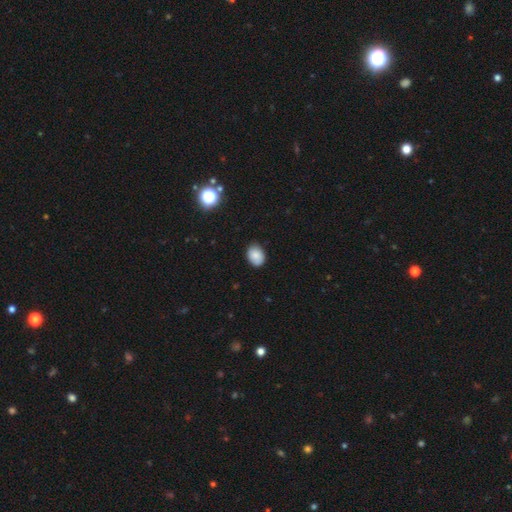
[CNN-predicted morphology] smooth_or_featured: smooth (p=0.84) [alt: star or artifact p=0.09]
how_rounded: in between (p=0.67) [alt: round p=0.32]
merging: none (p=0.82) [alt: minor disturbance p=0.14]